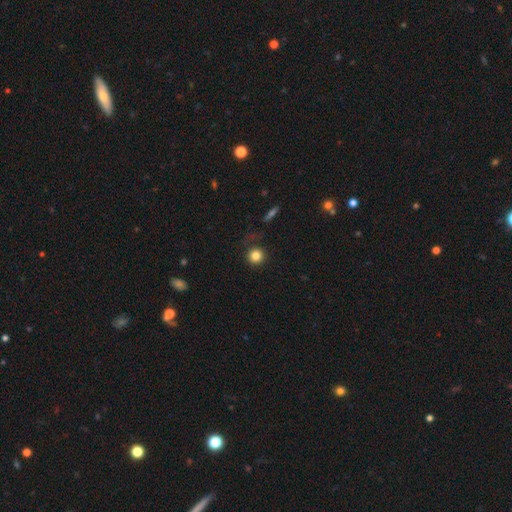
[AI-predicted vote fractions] The model was most divided on "merging": none: 81%, minor disturbance: 11%, major disturbance: 6%, merger: 2%. More confident: how rounded — round (94%); smooth or featured — smooth (82%).